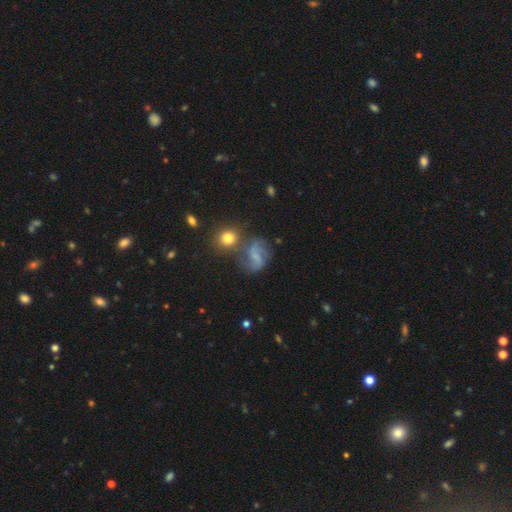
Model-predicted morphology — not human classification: type=featured or disk (70%); edge-on=no (98%); bar=weak (48%); spiral arms=yes (91%); winding=loose (53%); arm count=2 (86%); bulge=none (49%); merging=none (57%).